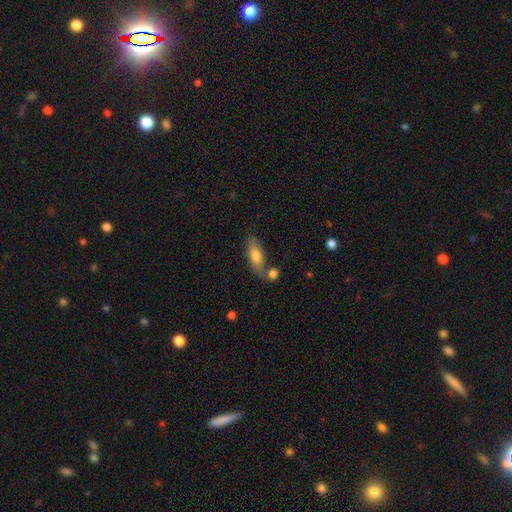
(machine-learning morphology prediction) smooth-or-featured: smooth: 75% | featured or disk: 19% | star or artifact: 6%
  how-rounded: in between: 77% | cigar-shaped: 20% | round: 3%
  merging: none: 62% | merger: 17% | minor disturbance: 16% | major disturbance: 4%